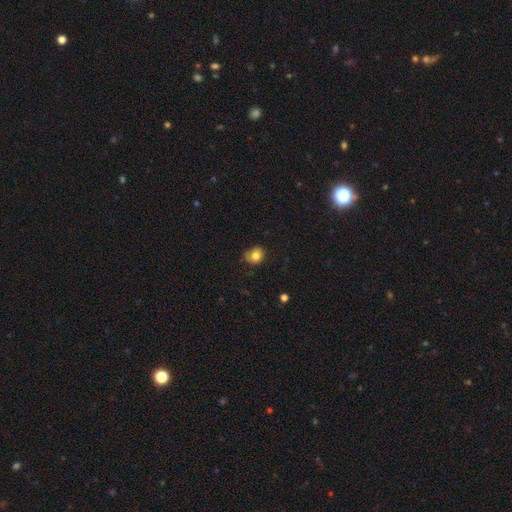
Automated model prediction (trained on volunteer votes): smooth 81%, star or artifact 11%, featured or disk 9%. Down the decision tree: how rounded — round (72%); merging — none (70%).